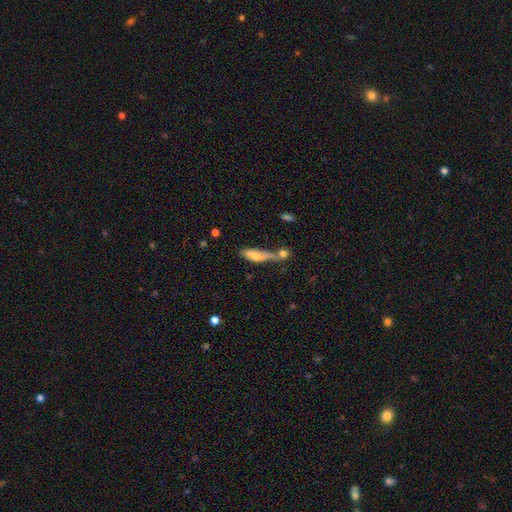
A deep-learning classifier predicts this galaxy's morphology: Overall: smooth (67%). How rounded: in between (52%; cigar-shaped 44%). Merging: merger (39%; none 29%).